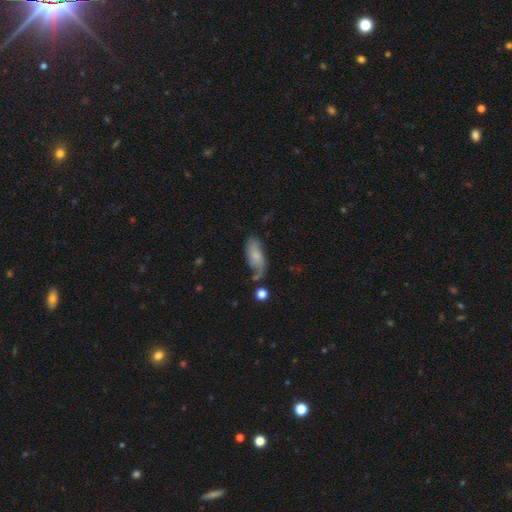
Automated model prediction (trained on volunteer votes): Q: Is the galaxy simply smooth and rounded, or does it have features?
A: smooth — 59%.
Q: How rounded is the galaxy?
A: in between — 82%.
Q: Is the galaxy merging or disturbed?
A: none — 43%.